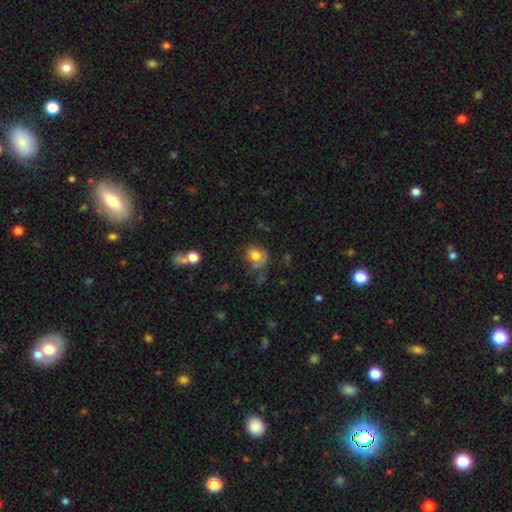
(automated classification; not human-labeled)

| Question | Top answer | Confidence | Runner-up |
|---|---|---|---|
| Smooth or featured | smooth | 71% | featured or disk (18%) |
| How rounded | round | 55% | in between (44%) |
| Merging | none | 44% | minor disturbance (28%) |